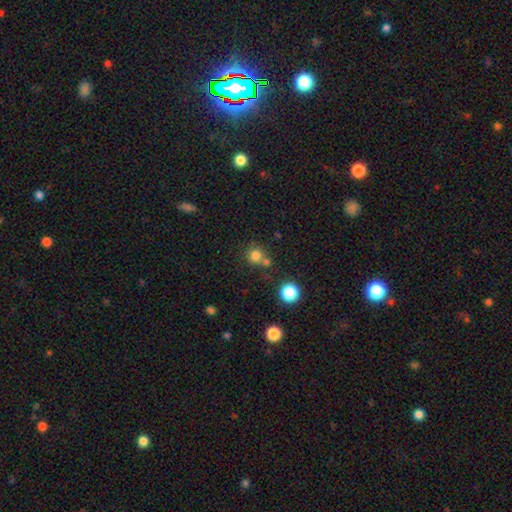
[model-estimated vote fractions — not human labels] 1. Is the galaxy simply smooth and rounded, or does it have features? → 77% smooth, 15% star or artifact, 8% featured or disk.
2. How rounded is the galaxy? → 89% round, 10% in between, 1% cigar-shaped.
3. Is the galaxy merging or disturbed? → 57% none, 31% merger, 8% minor disturbance, 4% major disturbance.